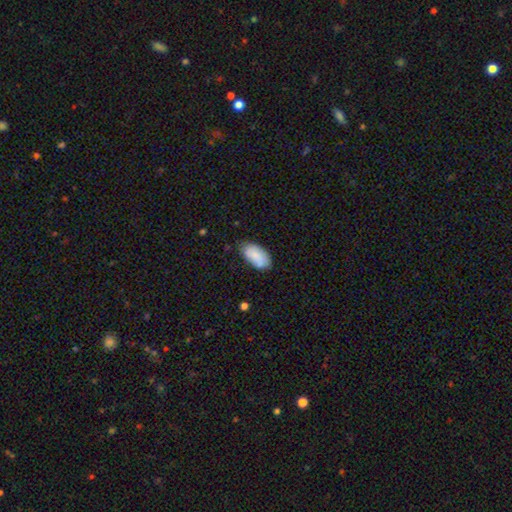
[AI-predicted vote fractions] This is clearly a smooth galaxy (83%). How rounded: clearly in between (94%). Merging: likely none (69%).